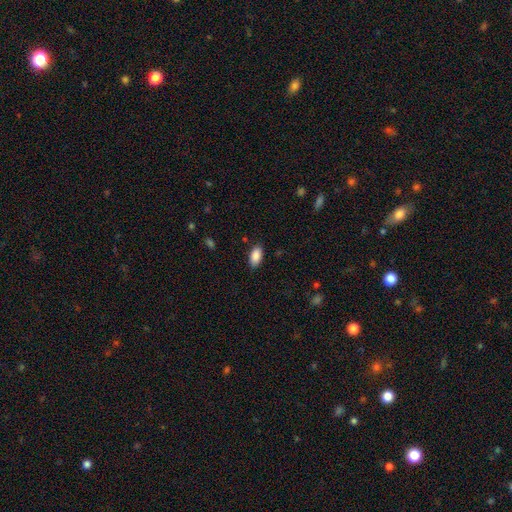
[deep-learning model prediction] Smooth or featured? Predicted: smooth (p=0.89). How rounded? Predicted: in between (p=0.93). Merging? Predicted: none (p=0.87).